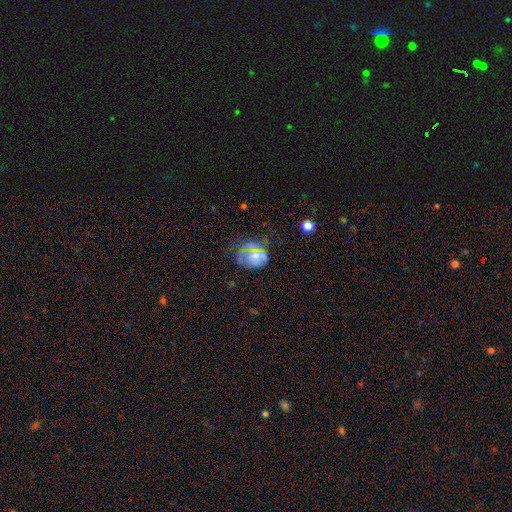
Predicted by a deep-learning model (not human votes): smooth-or-featured: smooth: 60% | featured or disk: 21% | star or artifact: 19%
  how-rounded: in between: 53% | round: 46% | cigar-shaped: 2%
  merging: none: 51% | minor disturbance: 28% | major disturbance: 17% | merger: 4%